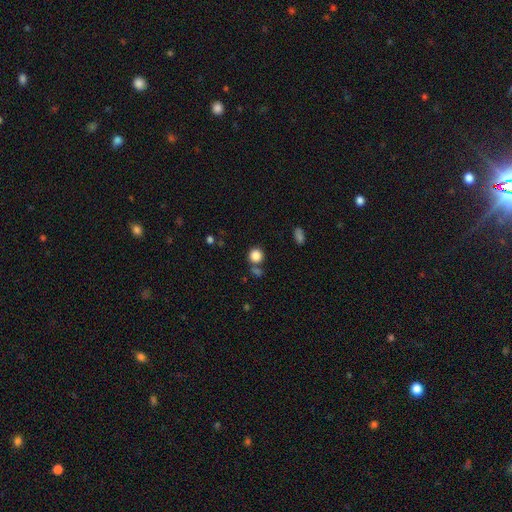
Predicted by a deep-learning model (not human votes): Smooth or featured: smooth — 84% (star or artifact — 11%)
How rounded: round — 89% (in between — 10%)
Merging: none — 71% (merger — 15%)